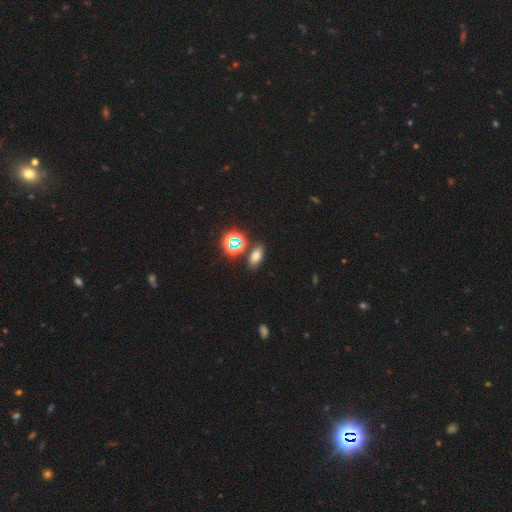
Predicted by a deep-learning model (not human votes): smooth-or-featured: smooth: 63% | star or artifact: 27% | featured or disk: 10%
  how-rounded: in between: 81% | round: 14% | cigar-shaped: 5%
  merging: none: 80% | minor disturbance: 9% | merger: 8% | major disturbance: 3%